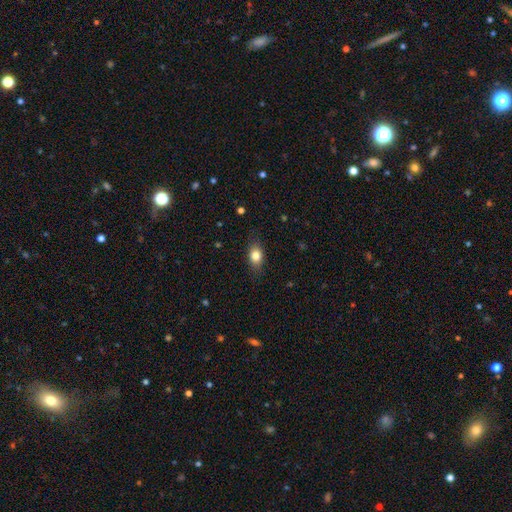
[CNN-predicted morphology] Smooth or featured?
  - smooth: 81% *
  - featured or disk: 11%
  - star or artifact: 9%
How rounded?
  - in between: 76% *
  - round: 20%
  - cigar-shaped: 4%
Merging?
  - none: 81% *
  - minor disturbance: 14%
  - major disturbance: 4%
  - merger: 1%